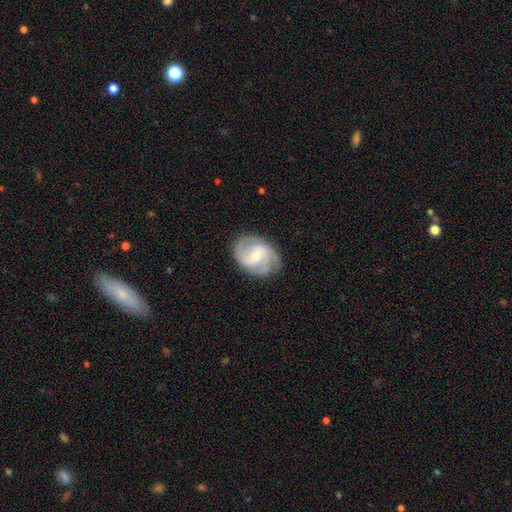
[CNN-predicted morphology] A featured or disk galaxy (81%) with a weak bar (49%), 3 (35%) medium (46%) spiral arms (94%) and a moderate central bulge (49%).

Vote fractions:
- Smooth or featured? featured or disk: 81% / smooth: 14% / star or artifact: 5%
- Edge-on disk? no: 97% / yes: 3%
- Bar? weak: 49% / no: 35% / strong: 16%
- Spiral arms? yes: 94% / no: 6%
- Spiral winding? medium: 46% / tight: 40% / loose: 14%
- Spiral arm count? 3: 35% / 2: 32% / can't tell: 17% / 4: 8% / 1: 4% / more than 4: 4%
- Bulge size? moderate: 49% / small: 47% / large: 2% / none: 1% / dominant: 1%
- Merging? none: 79% / minor disturbance: 15% / major disturbance: 5% / merger: 1%